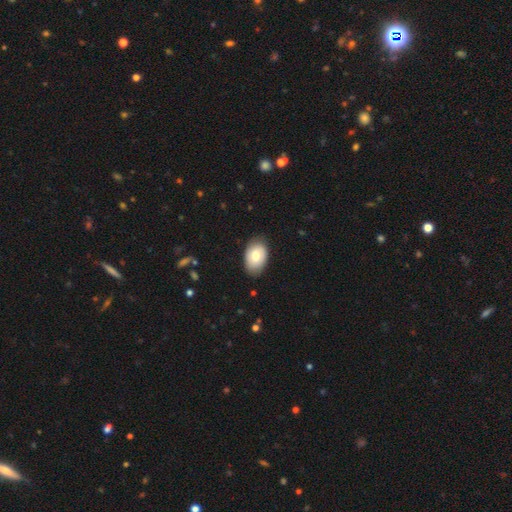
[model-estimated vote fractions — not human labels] Smooth or featured? Predicted: smooth (p=0.73). How rounded? Predicted: in between (p=0.88). Merging? Predicted: none (p=0.81).